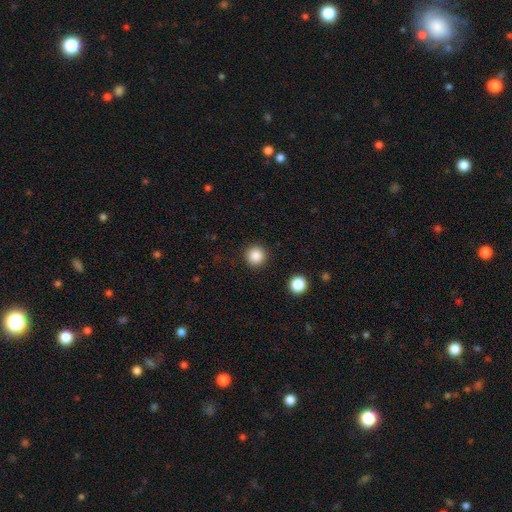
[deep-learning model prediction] This appears to be a smooth galaxy with no disk features (86%) that is round (95%). Merging: none (91%).